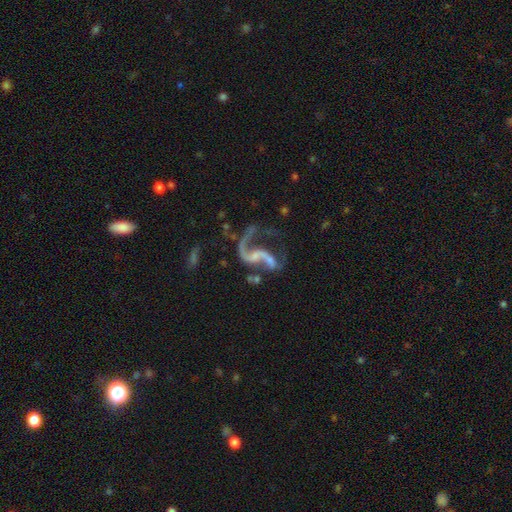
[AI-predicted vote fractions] Overall: featured or disk (85%). Edge-on disk: no (97%). Bar: no (44%; weak 35%). Spiral arms: yes (90%). Spiral arm count: 2 (67%). Spiral winding: loose (76%). Bulge size: small (49%; none 33%). Merging: major disturbance (35%; none 32%).